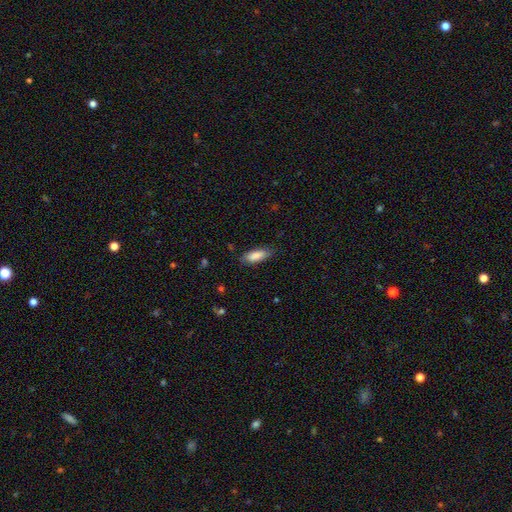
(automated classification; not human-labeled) Smooth or featured? smooth (86%)
How rounded? in between (69%)
Merging? none (80%)